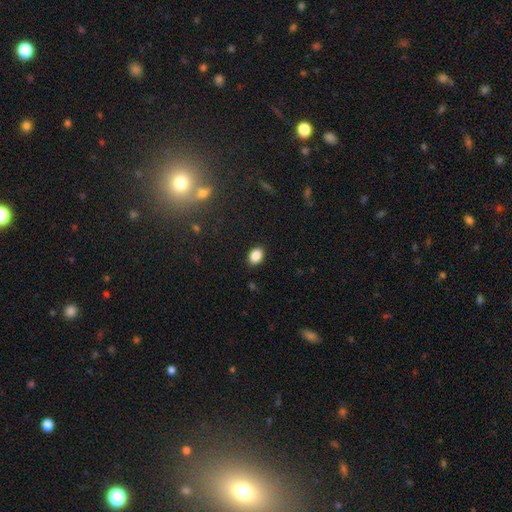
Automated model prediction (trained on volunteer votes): The model was most divided on "how rounded": in between: 79%, round: 20%, cigar-shaped: 1%. More confident: merging — none (89%); smooth or featured — smooth (87%).